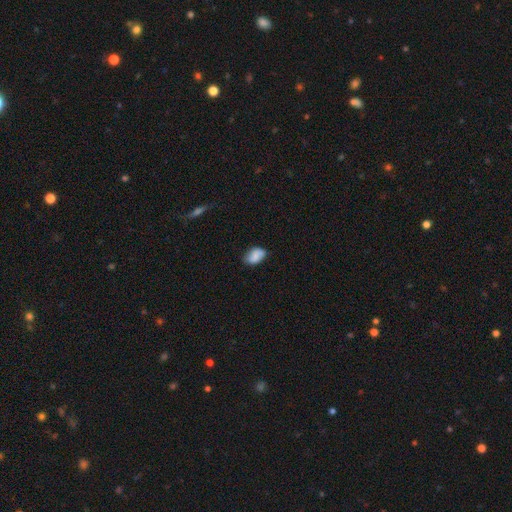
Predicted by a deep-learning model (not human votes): The model was most divided on "merging": none: 70%, minor disturbance: 24%, major disturbance: 4%, merger: 2%. More confident: how rounded — in between (86%); smooth or featured — smooth (79%).